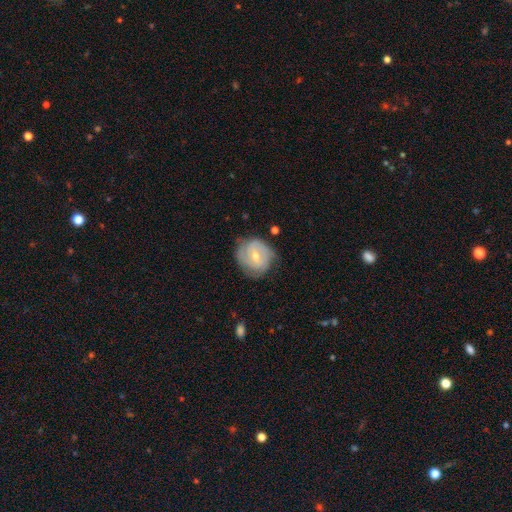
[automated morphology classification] The model was most divided on "bulge size": moderate: 55%, small: 41%, large: 2%, none: 1%, dominant: 1%. More confident: edge-on disk — no (97%); spiral arms — yes (81%); merging — none (69%); smooth or featured — featured or disk (62%); bar — weak (52%).